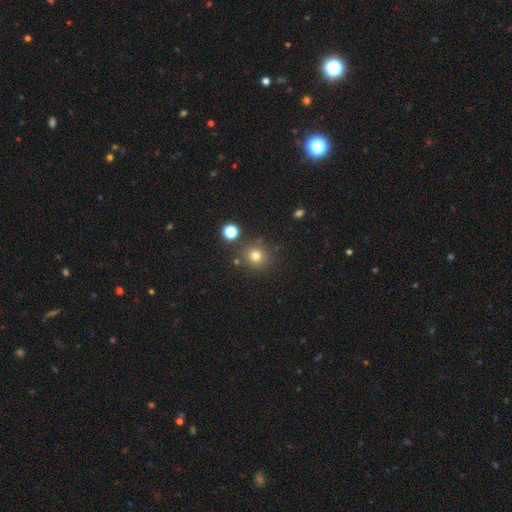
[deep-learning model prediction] Smooth or featured: smooth — 75% (star or artifact — 16%)
How rounded: round — 91% (in between — 8%)
Merging: none — 81% (minor disturbance — 8%)